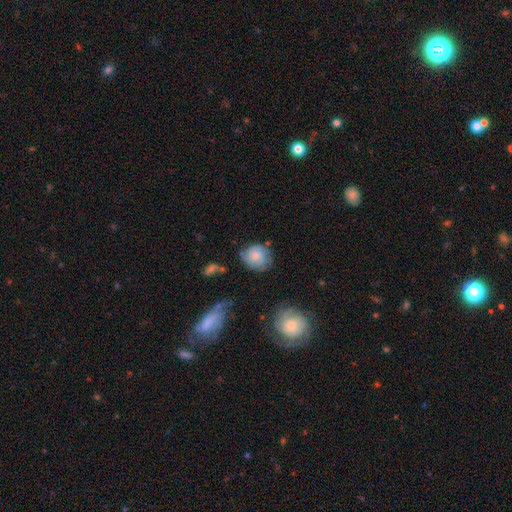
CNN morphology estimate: smooth 55%, featured or disk 36%, star or artifact 8%. Down the decision tree: how rounded — round (73%); merging — none (66%).